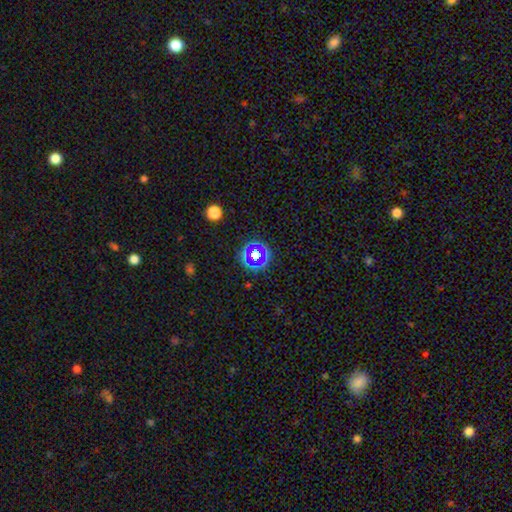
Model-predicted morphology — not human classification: smooth_or_featured: star or artifact (p=0.48) [alt: smooth p=0.39]